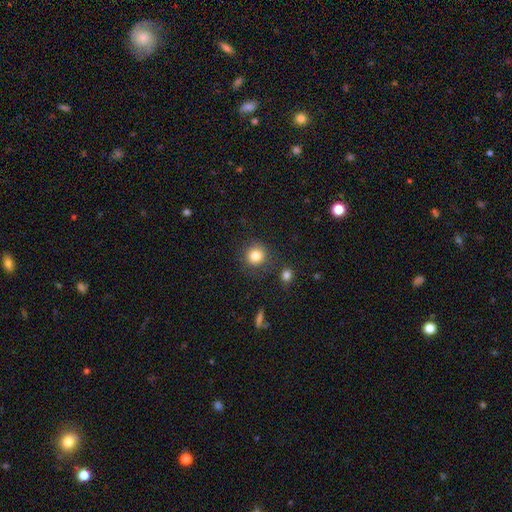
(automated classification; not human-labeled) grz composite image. It shows a smooth galaxy with no disk features (82%) that is round (90%). Merging: none (85%).